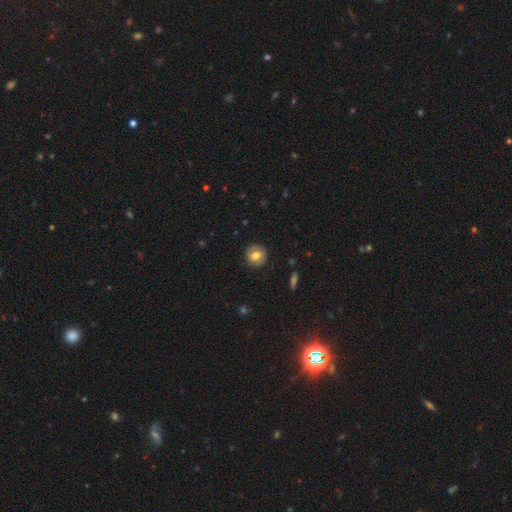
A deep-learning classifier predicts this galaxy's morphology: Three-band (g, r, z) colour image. It shows a smooth galaxy with no disk features (71%) that is round (88%). Merging: none (88%).